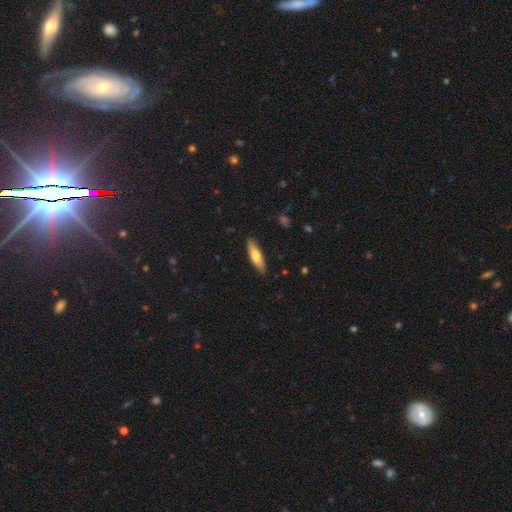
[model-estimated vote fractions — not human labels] Smooth or featured? Predicted: smooth (p=0.68). How rounded? Predicted: cigar-shaped (p=0.69). Merging? Predicted: none (p=0.88).